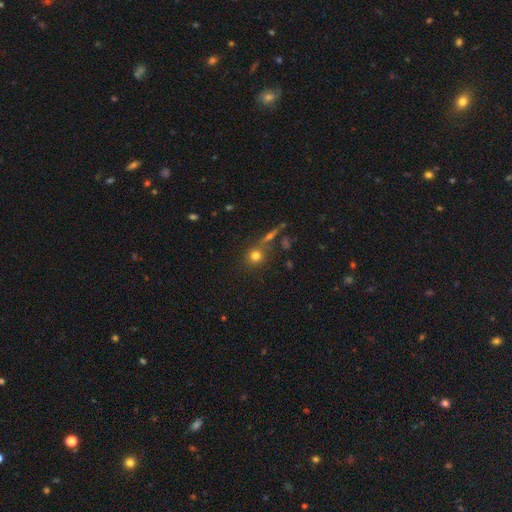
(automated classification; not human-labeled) smooth-or-featured: smooth: 74% | star or artifact: 14% | featured or disk: 11%
  how-rounded: round: 86% | in between: 12% | cigar-shaped: 2%
  merging: none: 70% | merger: 16% | minor disturbance: 10% | major disturbance: 4%